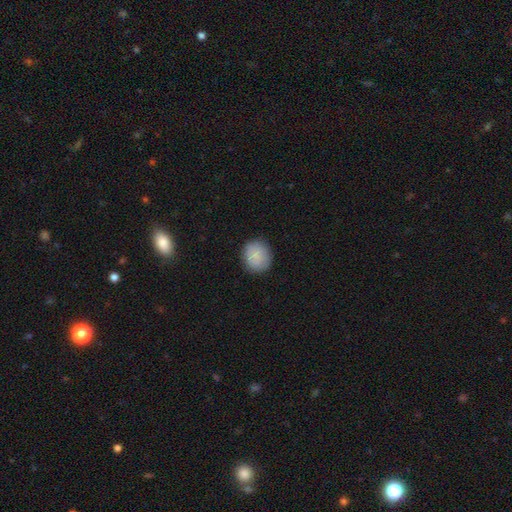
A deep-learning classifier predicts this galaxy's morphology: smooth_or_featured: smooth (p=0.86) [alt: star or artifact p=0.07]
how_rounded: round (p=0.78) [alt: in between p=0.21]
merging: none (p=0.86) [alt: minor disturbance p=0.11]